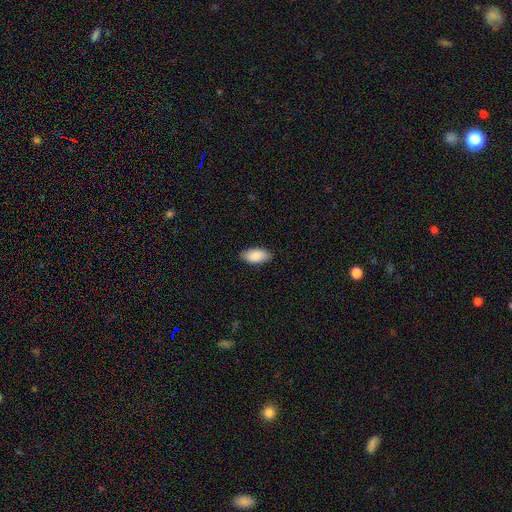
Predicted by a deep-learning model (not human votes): Smooth or featured? smooth (88%)
How rounded? in between (94%)
Merging? none (87%)